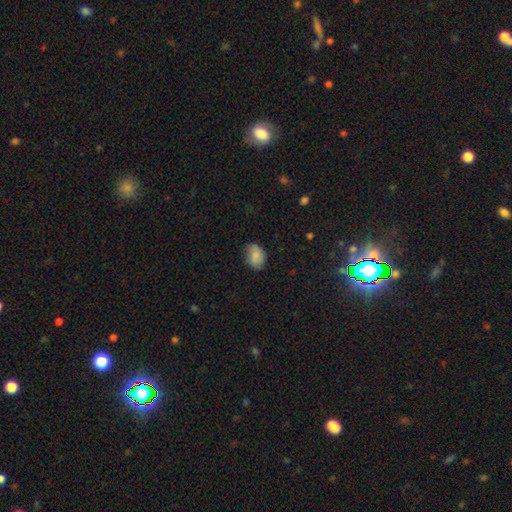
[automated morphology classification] smooth 81%, featured or disk 11%, star or artifact 8%. Down the decision tree: how rounded — in between (73%); merging — none (69%).